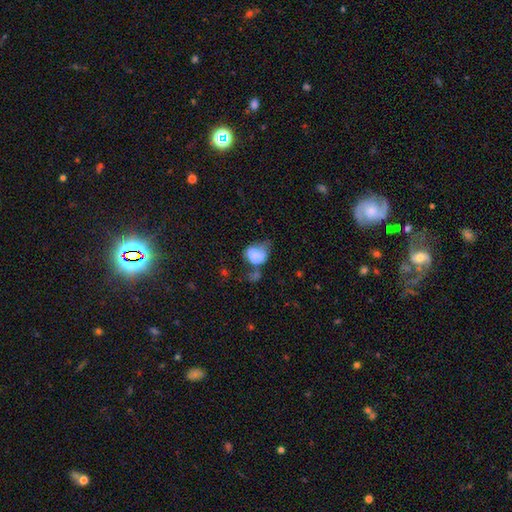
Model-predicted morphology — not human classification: smooth 68%, featured or disk 22%, star or artifact 10%. Down the decision tree: how rounded — in between (67%); merging — major disturbance (27%, tied with minor disturbance).